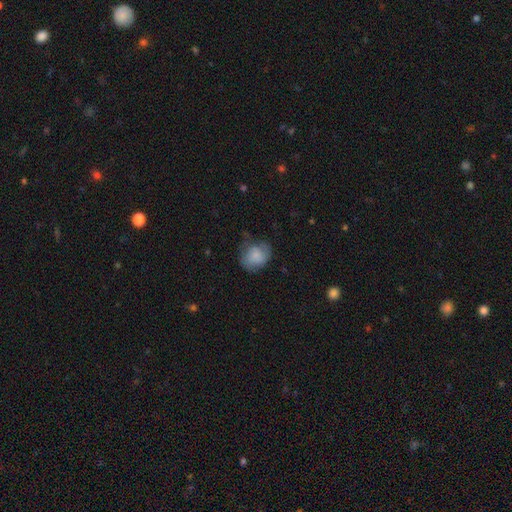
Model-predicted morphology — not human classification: The model was most divided on "how rounded": round: 55%, in between: 44%, cigar-shaped: 1%. More confident: smooth or featured — smooth (77%); merging — none (54%).